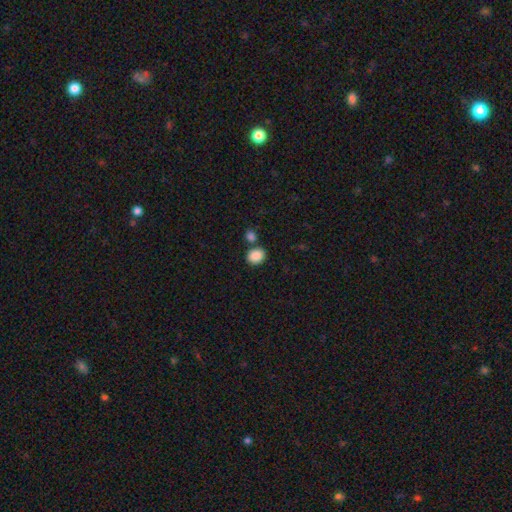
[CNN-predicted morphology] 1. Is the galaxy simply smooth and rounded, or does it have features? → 88% smooth, 8% star or artifact, 4% featured or disk.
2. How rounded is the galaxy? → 58% round, 41% in between, 1% cigar-shaped.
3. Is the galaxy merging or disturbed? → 72% none, 16% merger, 9% minor disturbance, 3% major disturbance.